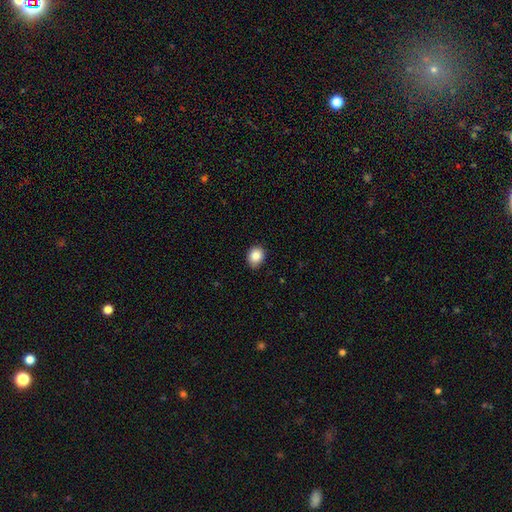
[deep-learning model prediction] The model was most divided on "how rounded": round: 64%, in between: 35%, cigar-shaped: 1%. More confident: smooth or featured — smooth (86%); merging — none (84%).